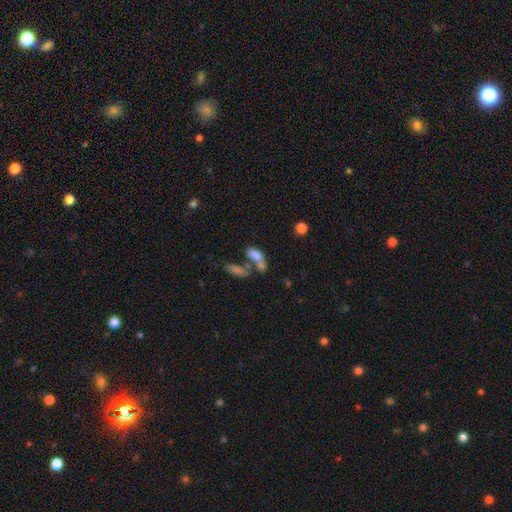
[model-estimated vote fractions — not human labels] This appears to be a smooth galaxy with no disk features (73%) that is in between round and cigar-shaped (81%). Merging: merger (56%).